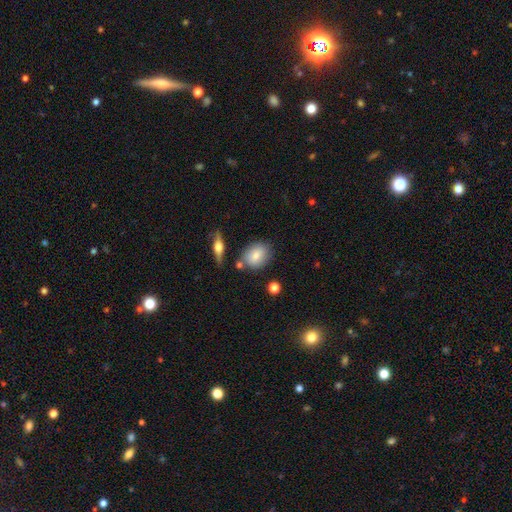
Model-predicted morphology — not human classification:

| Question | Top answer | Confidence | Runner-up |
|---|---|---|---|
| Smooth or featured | smooth | 77% | featured or disk (15%) |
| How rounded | in between | 61% | round (37%) |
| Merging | none | 74% | minor disturbance (15%) |